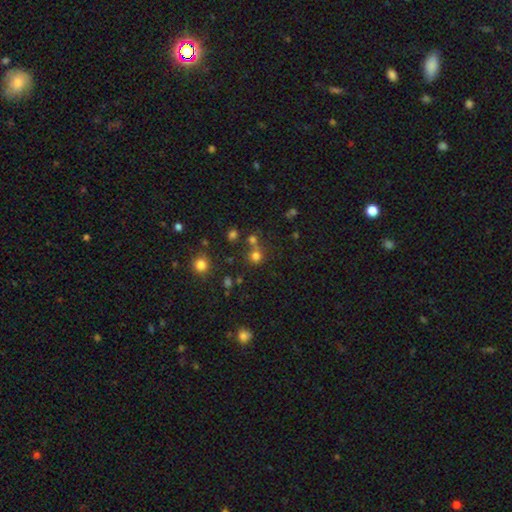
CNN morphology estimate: smooth-or-featured: smooth: 71% | star or artifact: 21% | featured or disk: 8%
  how-rounded: round: 88% | in between: 11% | cigar-shaped: 1%
  merging: none: 60% | merger: 28% | minor disturbance: 8% | major disturbance: 4%